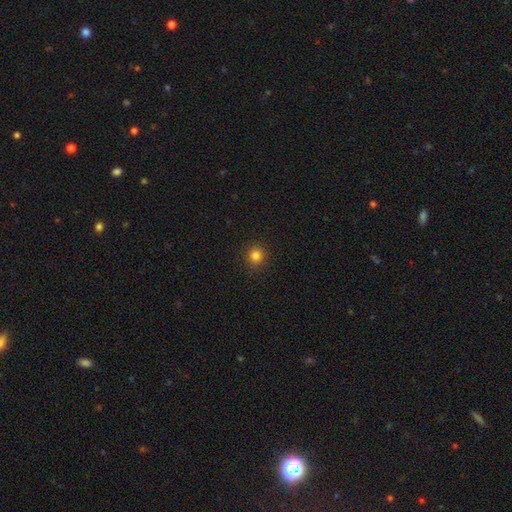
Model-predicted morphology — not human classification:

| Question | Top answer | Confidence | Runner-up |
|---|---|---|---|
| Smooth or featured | smooth | 82% | star or artifact (14%) |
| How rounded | round | 92% | in between (7%) |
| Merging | none | 91% | minor disturbance (6%) |